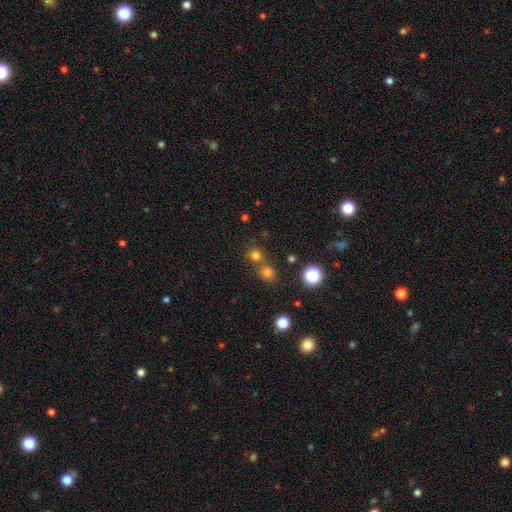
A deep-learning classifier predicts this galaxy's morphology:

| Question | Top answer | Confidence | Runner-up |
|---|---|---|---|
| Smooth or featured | smooth | 72% | star or artifact (22%) |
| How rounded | round | 87% | in between (12%) |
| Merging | none | 60% | merger (31%) |